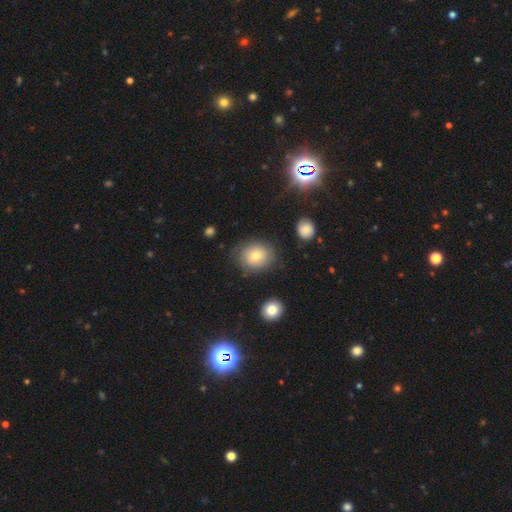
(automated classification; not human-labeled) Smooth or featured? smooth (68%)
How rounded? round (73%)
Merging? none (72%)